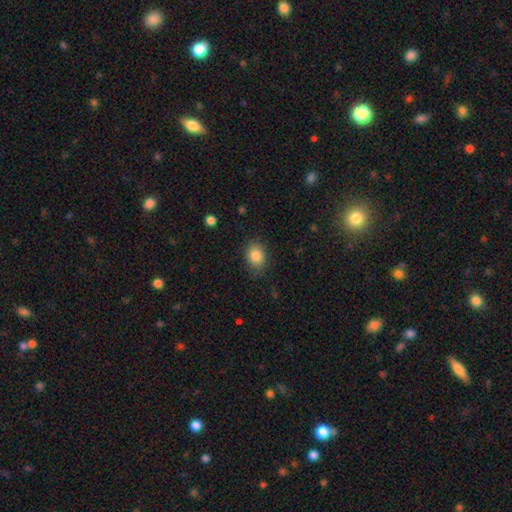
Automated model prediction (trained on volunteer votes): The model was most divided on "how rounded": in between: 67%, round: 32%, cigar-shaped: 1%. More confident: smooth or featured — smooth (84%); merging — none (77%).